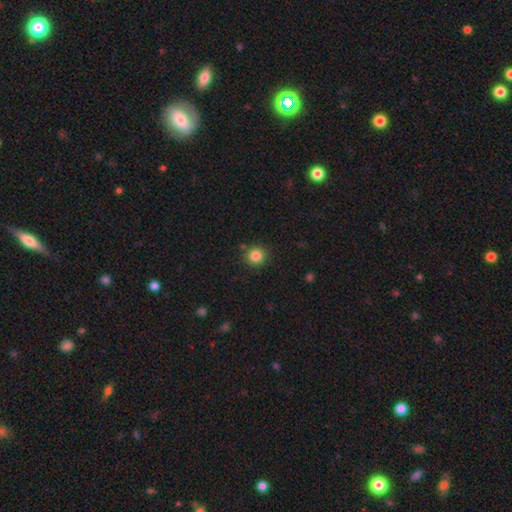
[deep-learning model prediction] Smooth or featured? Predicted: smooth (p=0.83). How rounded? Predicted: round (p=0.93). Merging? Predicted: none (p=0.88).